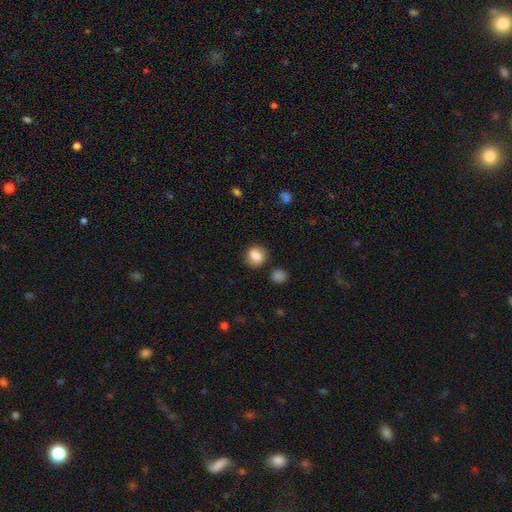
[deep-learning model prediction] Q: Smooth or featured?
A: smooth (80%); runner-up: featured or disk (11%)
Q: How rounded?
A: round (70%); runner-up: in between (28%)
Q: Merging?
A: none (79%); runner-up: minor disturbance (13%)